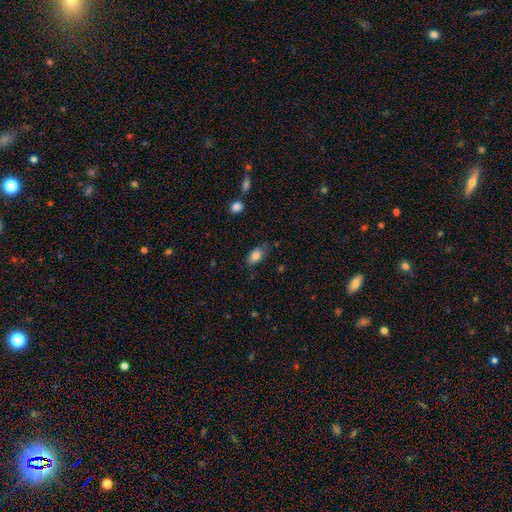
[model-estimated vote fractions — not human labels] This is clearly a smooth galaxy (84%). How rounded: clearly in between (89%). Merging: likely none (72%).